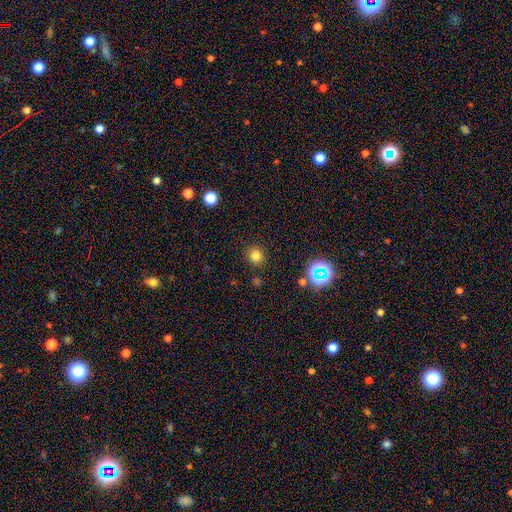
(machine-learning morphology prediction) Overall: smooth (77%). How rounded: round (88%). Merging: none (88%).